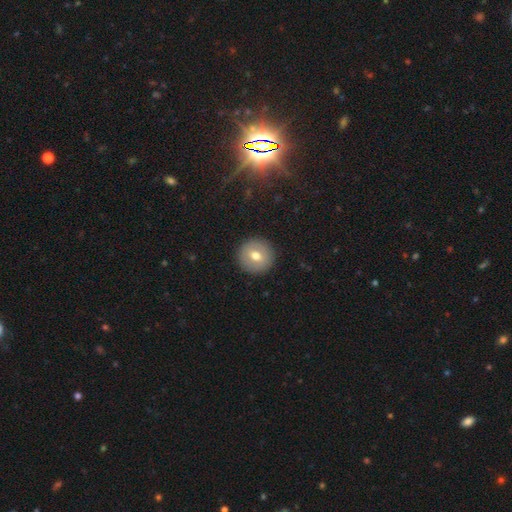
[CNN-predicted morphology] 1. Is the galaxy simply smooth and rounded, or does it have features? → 67% smooth, 25% featured or disk, 8% star or artifact.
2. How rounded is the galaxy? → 94% round, 5% in between, 1% cigar-shaped.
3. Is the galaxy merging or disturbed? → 91% none, 6% minor disturbance, 2% major disturbance, 1% merger.